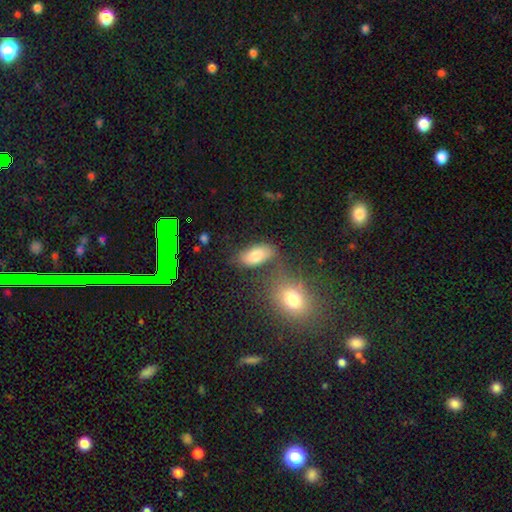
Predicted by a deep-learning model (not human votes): A smooth galaxy with no disk features (75%) that is in between round and cigar-shaped (91%).

Vote fractions:
- Smooth or featured? smooth: 75% / featured or disk: 15% / star or artifact: 10%
- How rounded? in between: 91% / round: 5% / cigar-shaped: 4%
- Merging? none: 60% / minor disturbance: 18% / merger: 15% / major disturbance: 7%